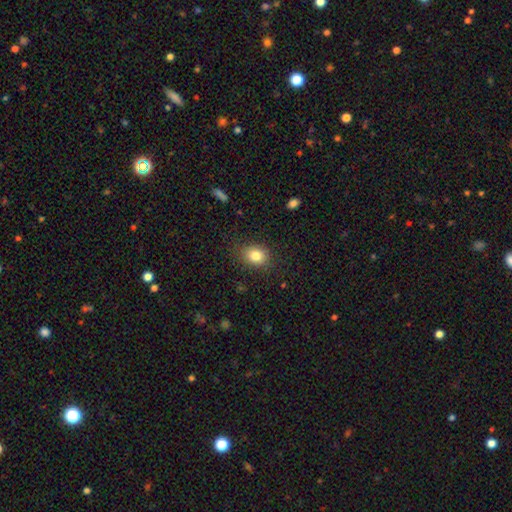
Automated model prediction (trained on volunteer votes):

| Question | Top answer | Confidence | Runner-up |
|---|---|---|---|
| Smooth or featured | smooth | 82% | star or artifact (10%) |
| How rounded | in between | 54% | round (45%) |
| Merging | none | 83% | minor disturbance (12%) |